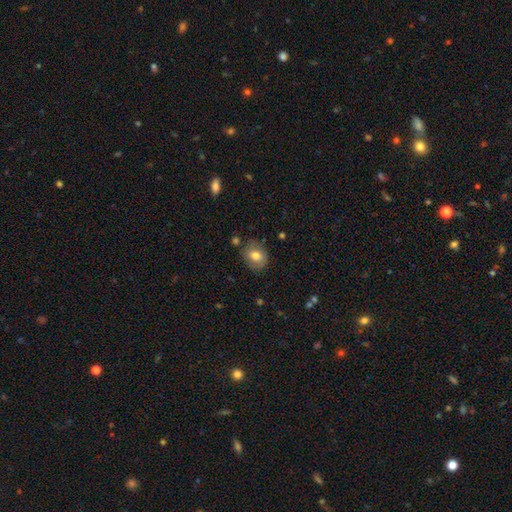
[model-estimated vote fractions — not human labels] The model was most divided on "how rounded": round: 56%, in between: 43%, cigar-shaped: 1%. More confident: merging — none (80%); smooth or featured — smooth (75%).